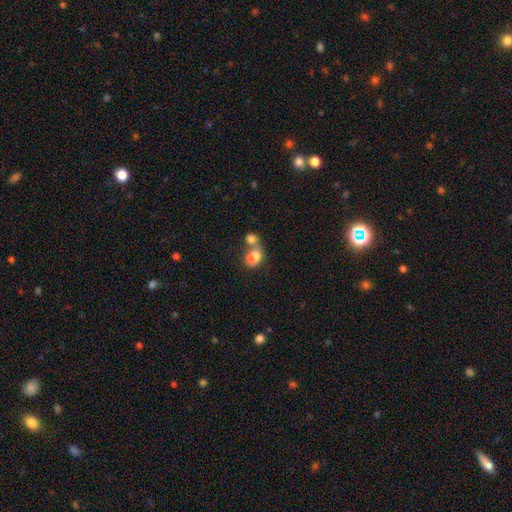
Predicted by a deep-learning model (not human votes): A smooth galaxy with no disk features (72%) that is in between round and cigar-shaped (56%). Merging: merger (71%).